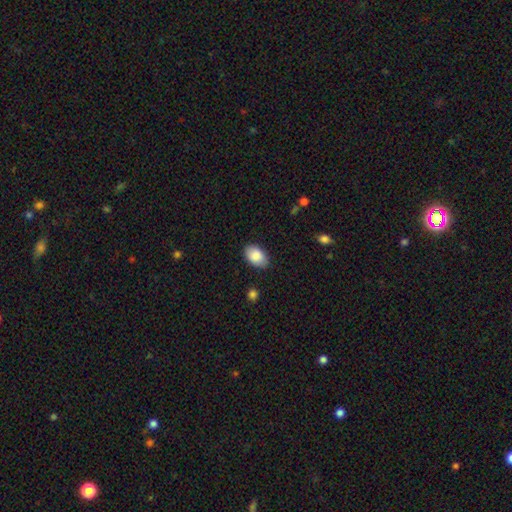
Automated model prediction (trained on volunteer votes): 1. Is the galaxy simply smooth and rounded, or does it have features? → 88% smooth, 6% star or artifact, 5% featured or disk.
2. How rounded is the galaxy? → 90% in between, 9% round, 1% cigar-shaped.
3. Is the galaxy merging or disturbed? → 85% none, 11% minor disturbance, 2% major disturbance, 1% merger.